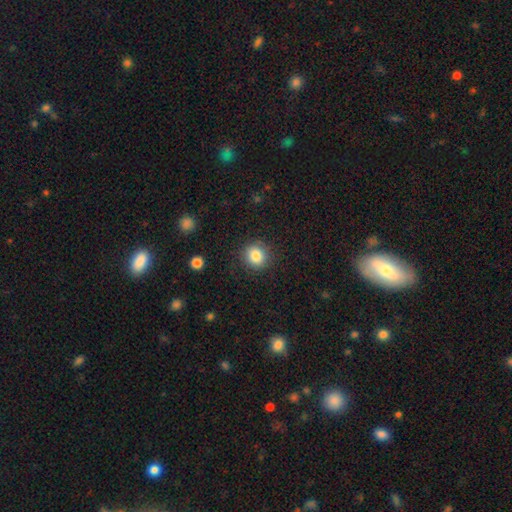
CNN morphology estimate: A smooth galaxy with no disk features (84%) that is round (86%).

Vote fractions:
- Smooth or featured? smooth: 84% / star or artifact: 11% / featured or disk: 6%
- How rounded? round: 86% / in between: 14% / cigar-shaped: 1%
- Merging? none: 88% / minor disturbance: 8% / major disturbance: 3% / merger: 1%